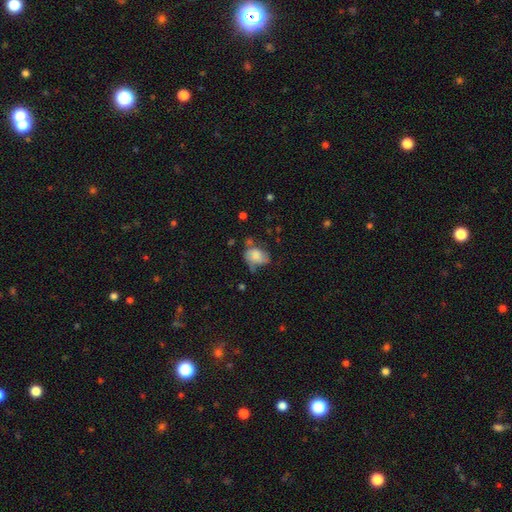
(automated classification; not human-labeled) smooth 57%, featured or disk 33%, star or artifact 10%. Down the decision tree: how rounded — in between (74%); merging — none (34%).